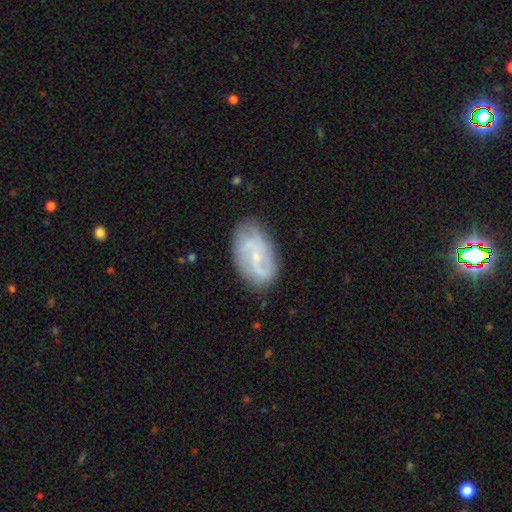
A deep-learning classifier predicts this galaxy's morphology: A featured or disk galaxy (71%) with no bar (46%), 2 (58%) medium (41%) spiral arms (88%) and a small central bulge (73%). Merging: none (75%).